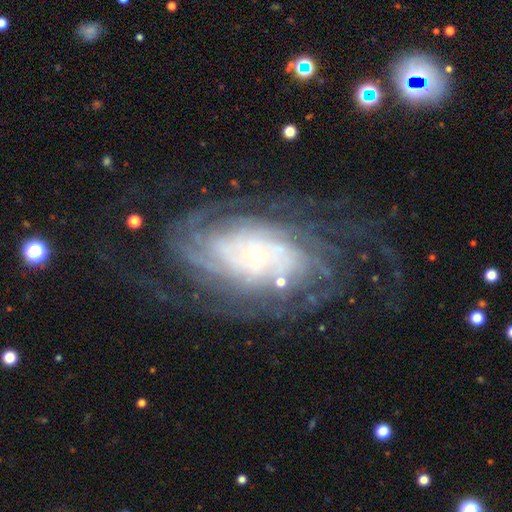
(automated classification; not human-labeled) featured or disk 87%, smooth 6%, star or artifact 6%. Down the decision tree: edge-on disk — no (95%); bar — no (75%); spiral arms — yes (96%); spiral arm count — can't tell (29%); spiral winding — tight (72%); bulge size — small (81%); merging — none (69%).